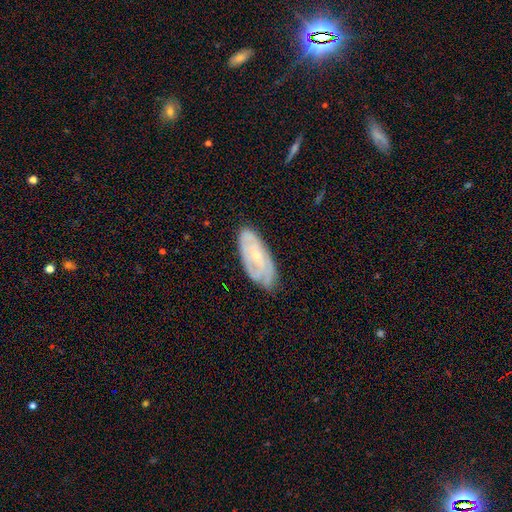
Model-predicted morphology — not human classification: smooth_or_featured: featured or disk (p=0.66) [alt: smooth p=0.28]
disk_edge_on: no (p=0.89) [alt: yes p=0.11]
bar: no (p=0.68) [alt: weak p=0.26]
has_spiral_arms: yes (p=0.80) [alt: no p=0.20]
bulge_size: small (p=0.68) [alt: moderate p=0.28]
merging: none (p=0.75) [alt: minor disturbance p=0.20]